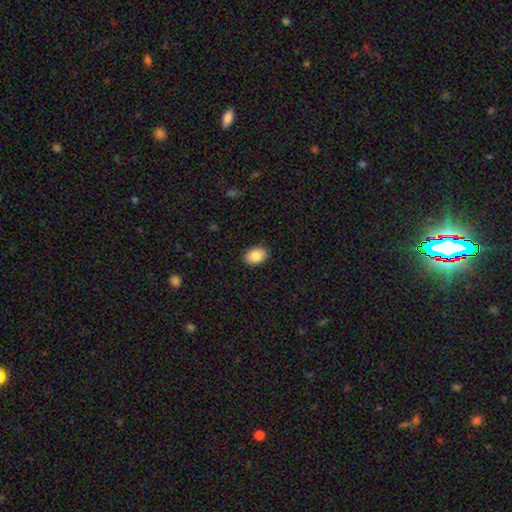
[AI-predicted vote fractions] Morphology: type=smooth (87%); roundness=in between (82%); merging=none (89%).